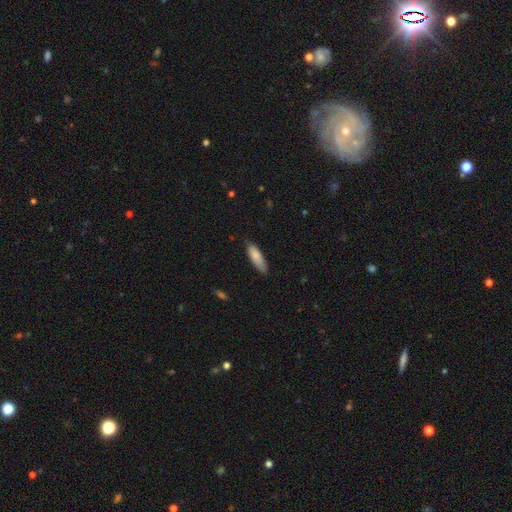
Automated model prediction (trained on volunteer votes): A smooth galaxy with no disk features (81%) that is cigar-shaped (51%).

Vote fractions:
- Smooth or featured? smooth: 81% / featured or disk: 13% / star or artifact: 6%
- How rounded? cigar-shaped: 51% / in between: 47% / round: 2%
- Merging? none: 77% / minor disturbance: 19% / major disturbance: 3% / merger: 1%